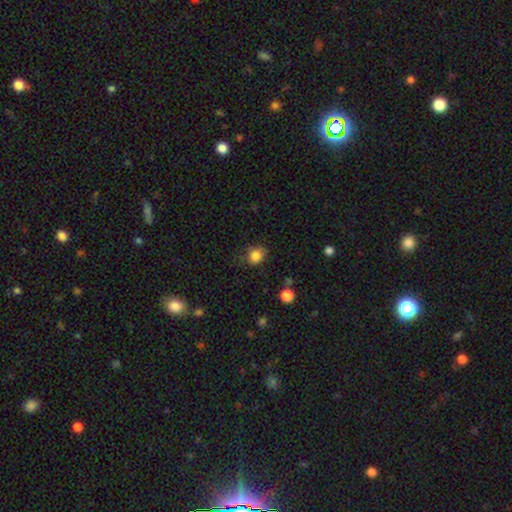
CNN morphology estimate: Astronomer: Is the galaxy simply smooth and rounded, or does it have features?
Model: smooth — 84%.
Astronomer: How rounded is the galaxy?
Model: round — 71%.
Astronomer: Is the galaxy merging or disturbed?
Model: none — 71%.